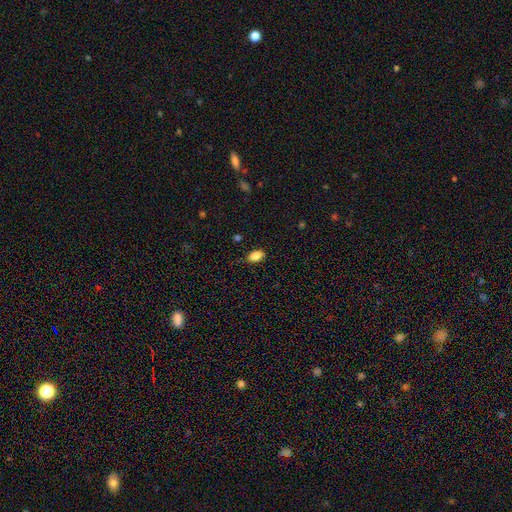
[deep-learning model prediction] smooth-or-featured: smooth: 86% | star or artifact: 9% | featured or disk: 5%
  how-rounded: in between: 91% | round: 6% | cigar-shaped: 3%
  merging: none: 83% | minor disturbance: 13% | major disturbance: 3% | merger: 1%